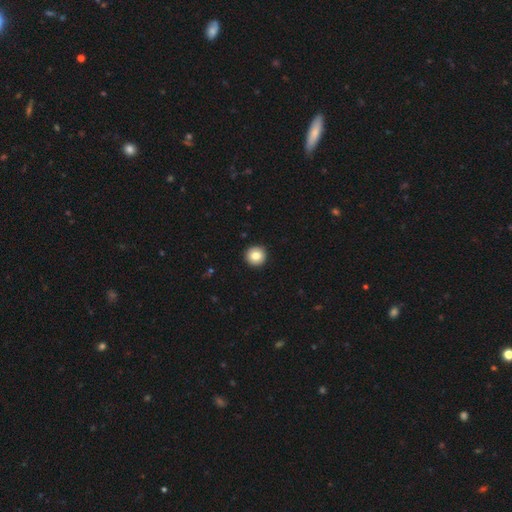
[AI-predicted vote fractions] The model was most divided on "smooth or featured": smooth: 82%, featured or disk: 9%, star or artifact: 9%. More confident: how rounded — round (96%); merging — none (94%).